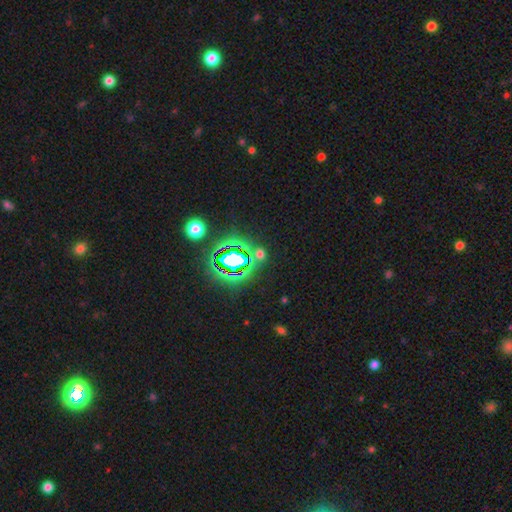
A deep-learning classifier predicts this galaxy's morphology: A star or artifact, not a galaxy (81%).

Vote fractions:
- Smooth or featured? star or artifact: 81% / smooth: 11% / featured or disk: 8%